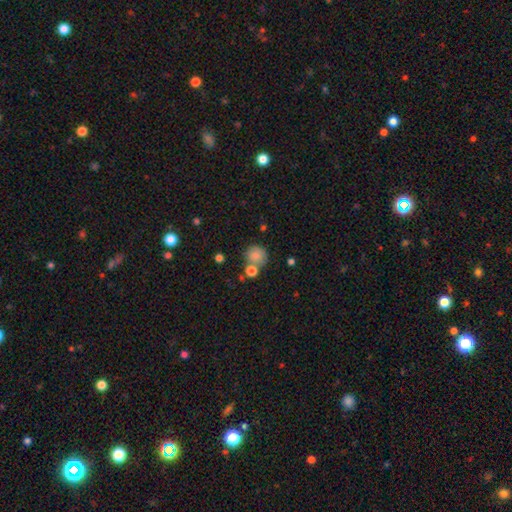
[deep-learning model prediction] Morphology: type=smooth (81%); roundness=round (85%); merging=none (62%).